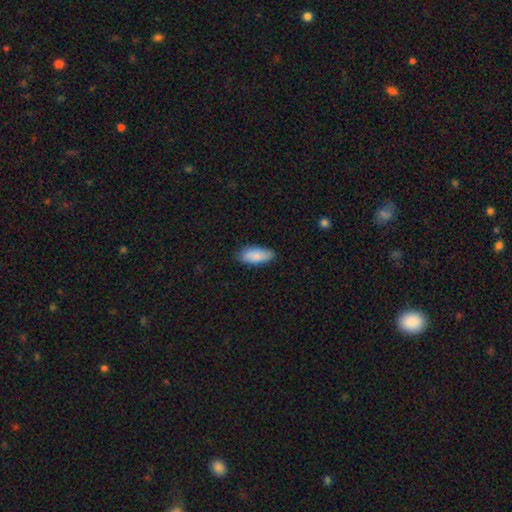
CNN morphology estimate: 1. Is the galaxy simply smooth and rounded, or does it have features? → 86% smooth, 8% featured or disk, 6% star or artifact.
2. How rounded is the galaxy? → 86% in between, 12% cigar-shaped, 2% round.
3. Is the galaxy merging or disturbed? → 84% none, 13% minor disturbance, 2% major disturbance, 1% merger.